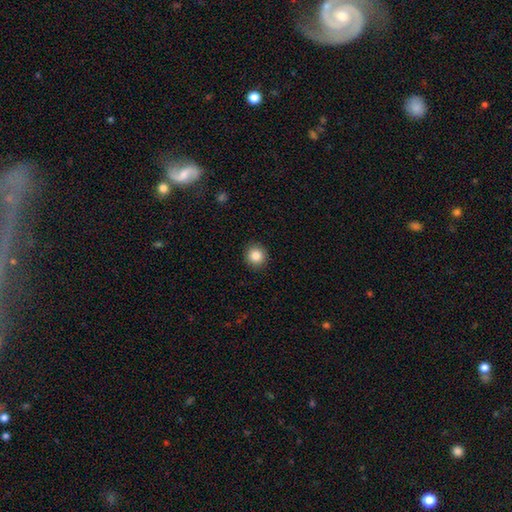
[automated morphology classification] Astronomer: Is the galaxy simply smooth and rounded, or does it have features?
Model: smooth — 86%.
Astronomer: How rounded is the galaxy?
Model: round — 91%.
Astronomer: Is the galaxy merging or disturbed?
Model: none — 92%.